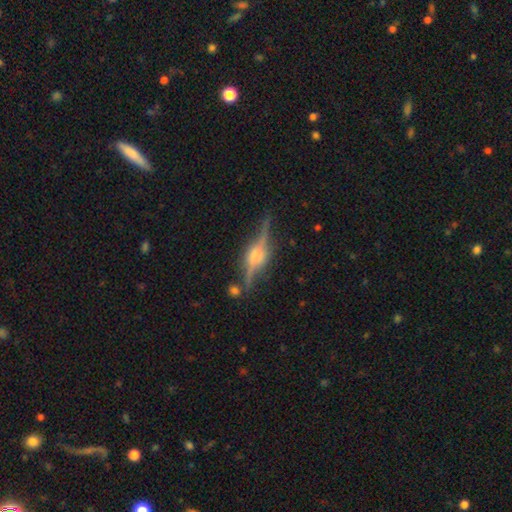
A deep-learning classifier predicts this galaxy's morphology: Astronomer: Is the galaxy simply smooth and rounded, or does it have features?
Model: featured or disk — 87%.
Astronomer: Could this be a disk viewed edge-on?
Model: yes — 96%.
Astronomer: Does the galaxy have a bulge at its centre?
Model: rounded — 89%.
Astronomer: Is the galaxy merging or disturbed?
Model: none — 82%.